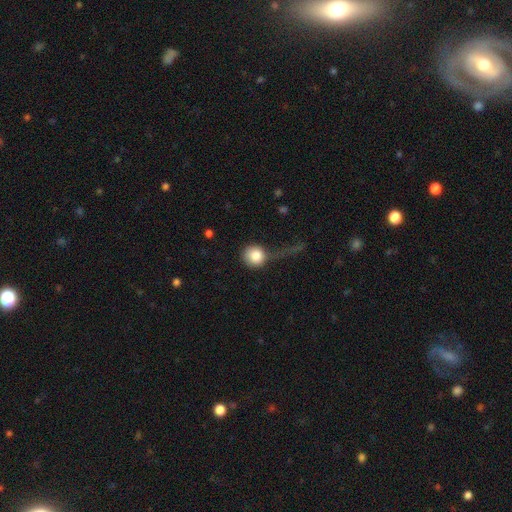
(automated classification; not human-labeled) A smooth galaxy with no disk features (83%) that is round (91%).

Vote fractions:
- Smooth or featured? smooth: 83% / featured or disk: 9% / star or artifact: 8%
- How rounded? round: 91% / in between: 8% / cigar-shaped: 1%
- Merging? none: 37% / major disturbance: 35% / minor disturbance: 21% / merger: 6%